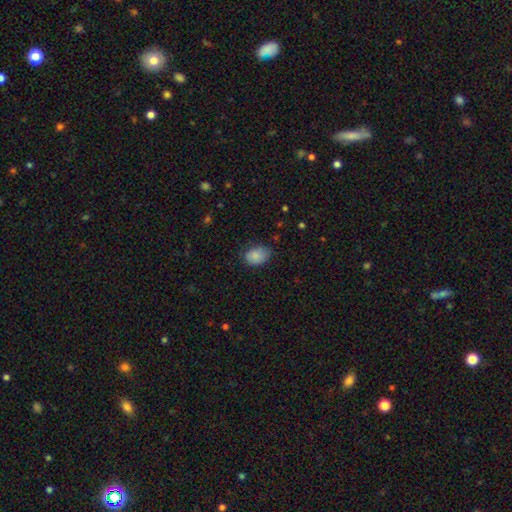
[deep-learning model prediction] smooth-or-featured: smooth: 86% | star or artifact: 8% | featured or disk: 6%
  how-rounded: in between: 74% | round: 25% | cigar-shaped: 1%
  merging: none: 69% | minor disturbance: 25% | major disturbance: 5% | merger: 1%